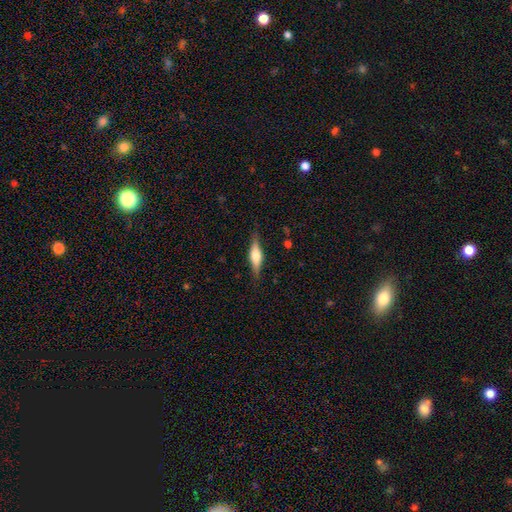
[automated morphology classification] smooth_or_featured: featured or disk (p=0.58) [alt: smooth p=0.36]
disk_edge_on: yes (p=0.95) [alt: no p=0.05]
edge_on_bulge: rounded (p=0.88) [alt: boxy p=0.09]
merging: none (p=0.85) [alt: minor disturbance p=0.11]